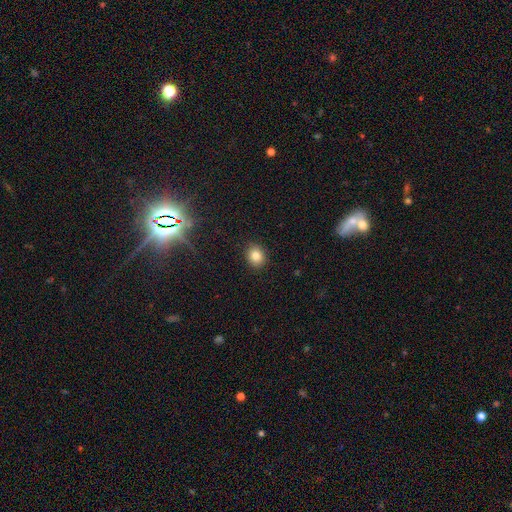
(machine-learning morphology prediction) Q: Smooth or featured?
A: smooth (82%); runner-up: star or artifact (12%)
Q: How rounded?
A: round (67%); runner-up: in between (32%)
Q: Merging?
A: none (90%); runner-up: minor disturbance (7%)